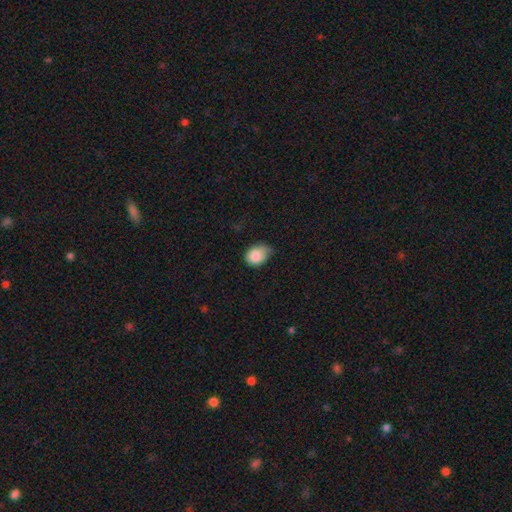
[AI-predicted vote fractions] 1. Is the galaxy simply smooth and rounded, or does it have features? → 85% smooth, 8% star or artifact, 7% featured or disk.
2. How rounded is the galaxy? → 60% in between, 39% round, 1% cigar-shaped.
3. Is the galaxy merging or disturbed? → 49% minor disturbance, 39% none, 11% major disturbance, 2% merger.